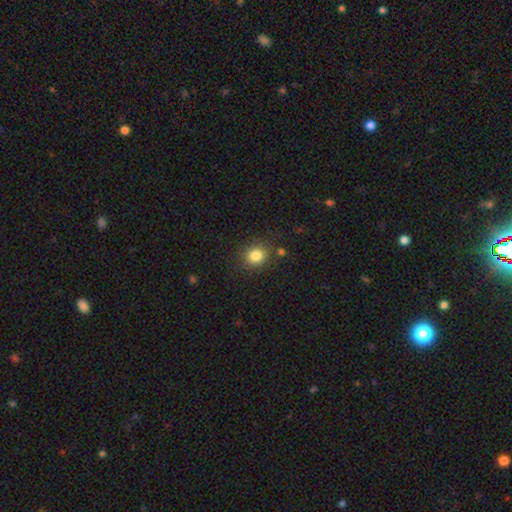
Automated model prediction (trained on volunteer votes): Smooth or featured? smooth (84%)
How rounded? round (75%)
Merging? none (84%)